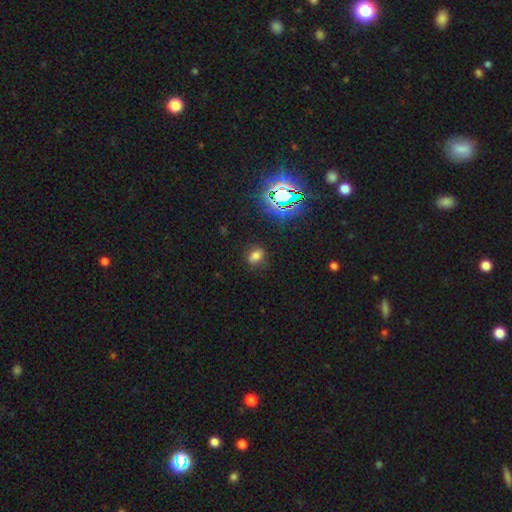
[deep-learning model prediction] A smooth galaxy with no disk features (67%) that is in between round and cigar-shaped (70%).

Vote fractions:
- Smooth or featured? smooth: 67% / star or artifact: 25% / featured or disk: 9%
- How rounded? in between: 70% / round: 28% / cigar-shaped: 2%
- Merging? none: 80% / minor disturbance: 14% / major disturbance: 5% / merger: 2%